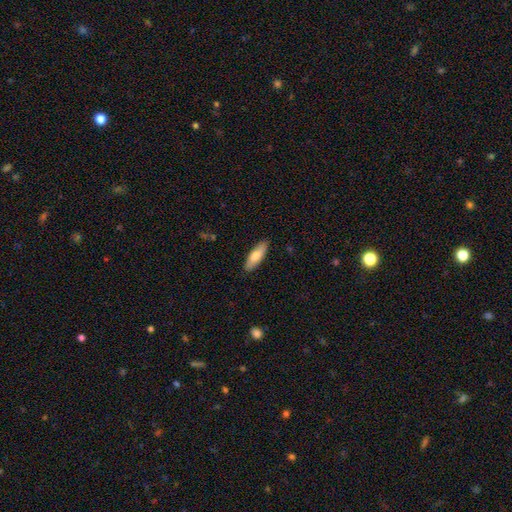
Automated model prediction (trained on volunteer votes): Q: Smooth or featured?
A: smooth (73%); runner-up: featured or disk (21%)
Q: How rounded?
A: in between (59%); runner-up: cigar-shaped (39%)
Q: Merging?
A: none (88%); runner-up: minor disturbance (9%)